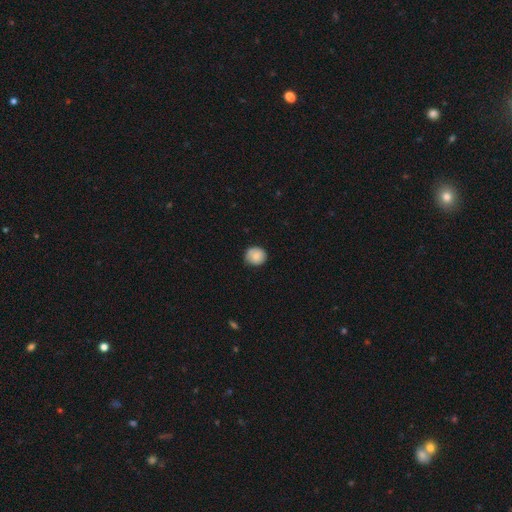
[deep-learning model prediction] smooth_or_featured: smooth (p=0.79) [alt: featured or disk p=0.13]
how_rounded: round (p=0.83) [alt: in between p=0.16]
merging: none (p=0.76) [alt: minor disturbance p=0.19]